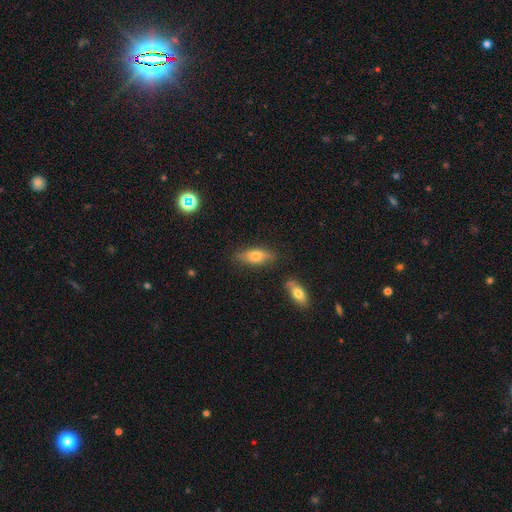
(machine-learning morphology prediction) smooth 60%, featured or disk 31%, star or artifact 9%. Down the decision tree: how rounded — in between (64%); merging — none (76%).